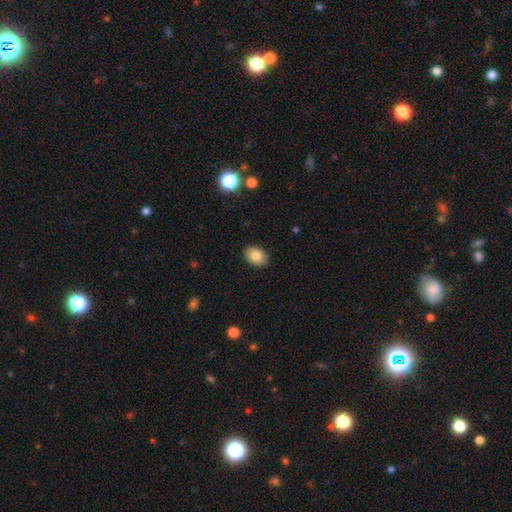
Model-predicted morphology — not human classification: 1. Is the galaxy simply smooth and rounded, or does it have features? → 83% smooth, 9% featured or disk, 8% star or artifact.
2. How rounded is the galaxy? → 79% in between, 20% round, 1% cigar-shaped.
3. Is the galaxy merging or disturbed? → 89% none, 8% minor disturbance, 2% major disturbance, 1% merger.